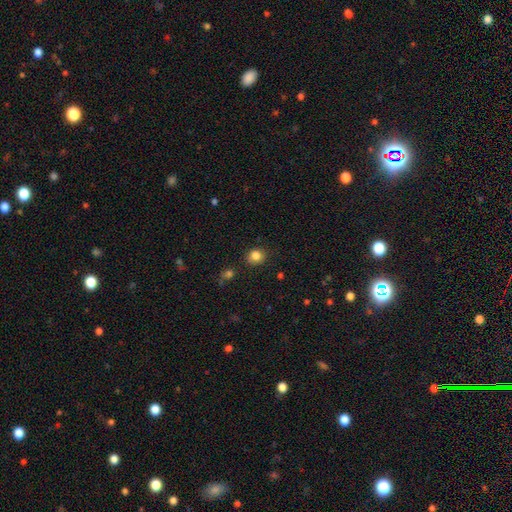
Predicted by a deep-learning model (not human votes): This appears to be a smooth galaxy with no disk features (83%) that is round (78%). Merging: none (84%).